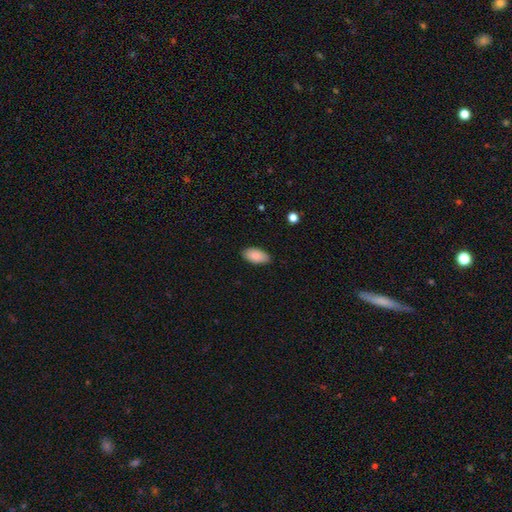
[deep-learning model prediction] This appears to be a smooth galaxy with no disk features (88%) that is in between round and cigar-shaped (94%). Merging: none (87%).